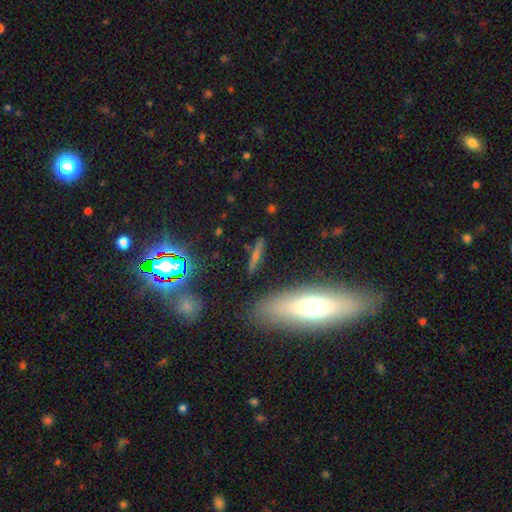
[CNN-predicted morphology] smooth_or_featured: smooth (p=0.51) [alt: featured or disk p=0.33]
how_rounded: cigar-shaped (p=0.83) [alt: in between p=0.12]
merging: none (p=0.84) [alt: minor disturbance p=0.10]